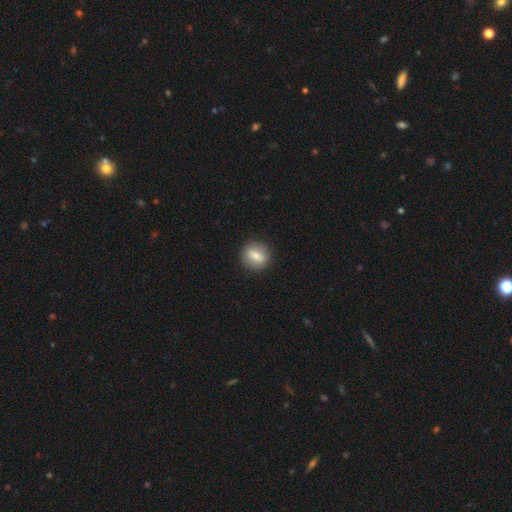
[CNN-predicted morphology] Smooth or featured? Predicted: smooth (p=0.72). How rounded? Predicted: round (p=0.75). Merging? Predicted: none (p=0.90).